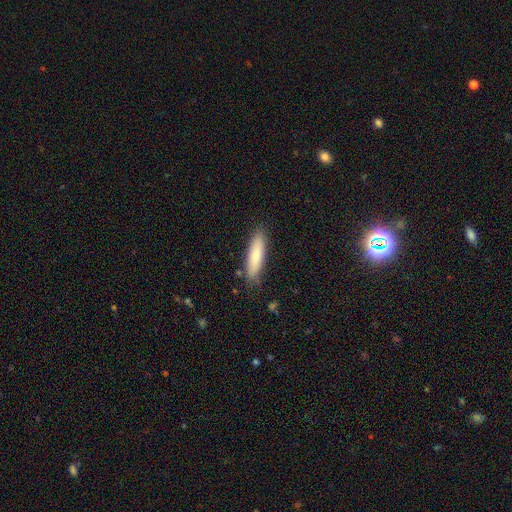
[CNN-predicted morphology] This is likely a smooth galaxy (77%). How rounded: likely cigar-shaped (69%). Merging: clearly none (84%).